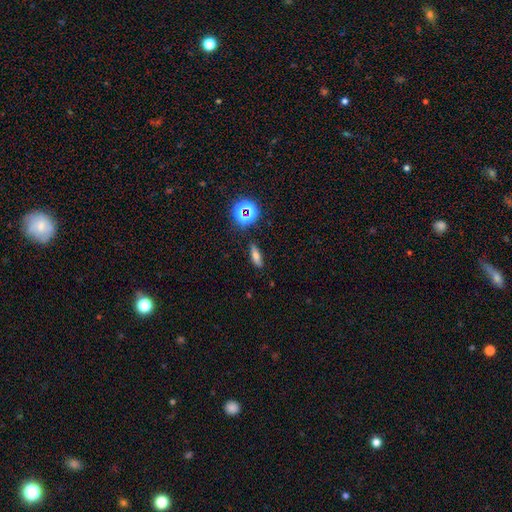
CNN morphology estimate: This is likely a smooth galaxy (64%). How rounded: possibly in between (55%). Merging: clearly none (85%).